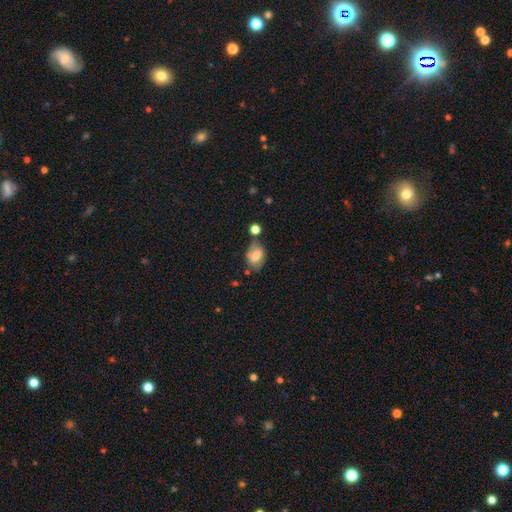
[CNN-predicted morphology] Smooth or featured? Predicted: smooth (p=0.65). How rounded? Predicted: in between (p=0.78). Merging? Predicted: none (p=0.55).